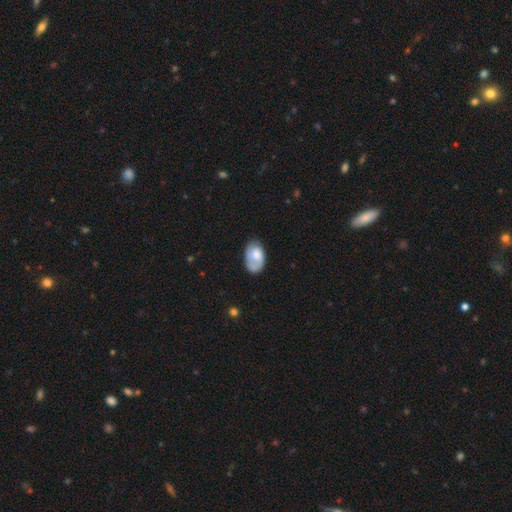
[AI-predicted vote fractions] This appears to be a smooth galaxy with no disk features (67%) that is in between round and cigar-shaped (91%). Merging: none (56%).